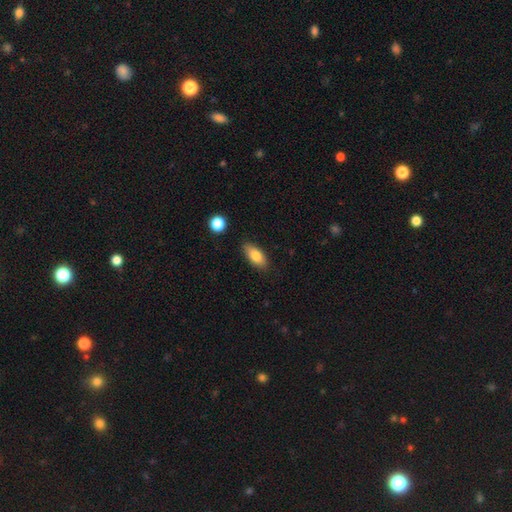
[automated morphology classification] A smooth galaxy with no disk features (79%) that is in between round and cigar-shaped (86%). Merging: none (84%).